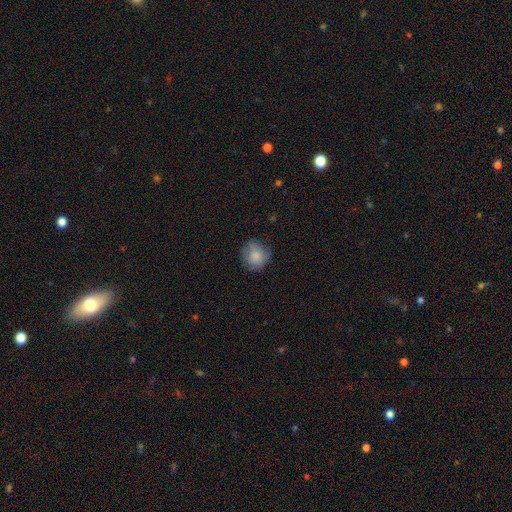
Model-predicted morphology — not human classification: smooth_or_featured: smooth (p=0.80) [alt: featured or disk p=0.12]
how_rounded: round (p=0.87) [alt: in between p=0.12]
merging: none (p=0.71) [alt: minor disturbance p=0.21]